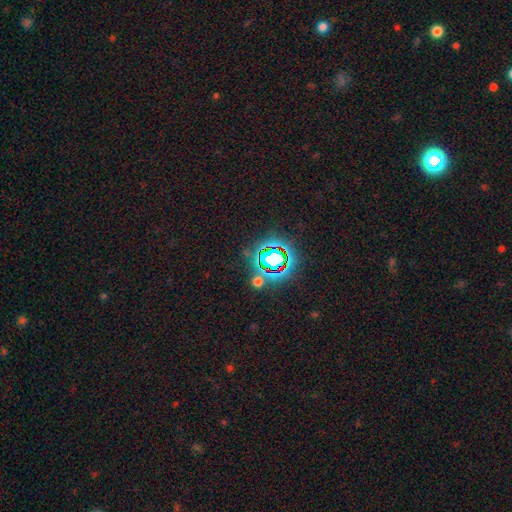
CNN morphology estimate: This appears to be a star or artifact, not a galaxy (79%).